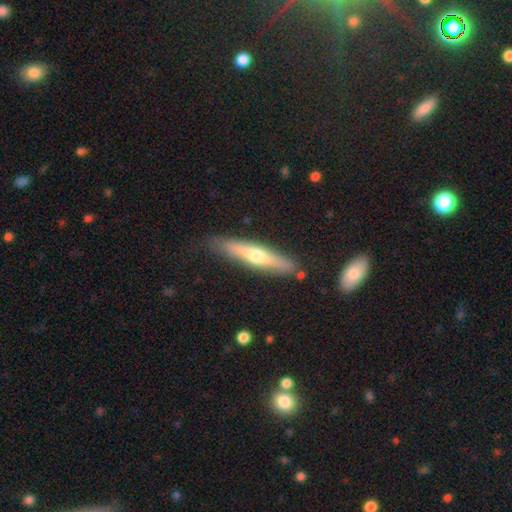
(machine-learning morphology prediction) This appears to be a featured or disk galaxy (50%). Merging: none (81%).